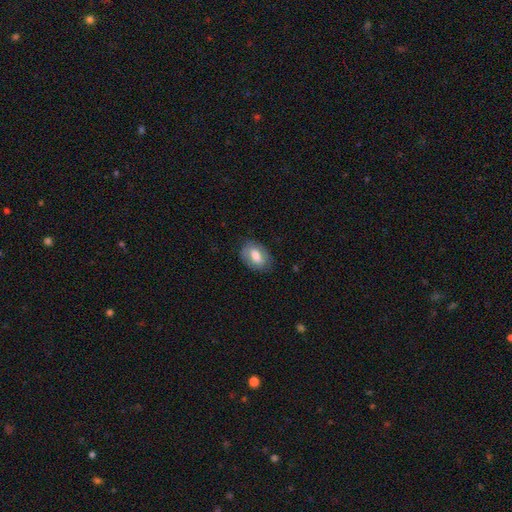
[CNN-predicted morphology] Smooth or featured? smooth (67%)
How rounded? in between (88%)
Merging? none (79%)